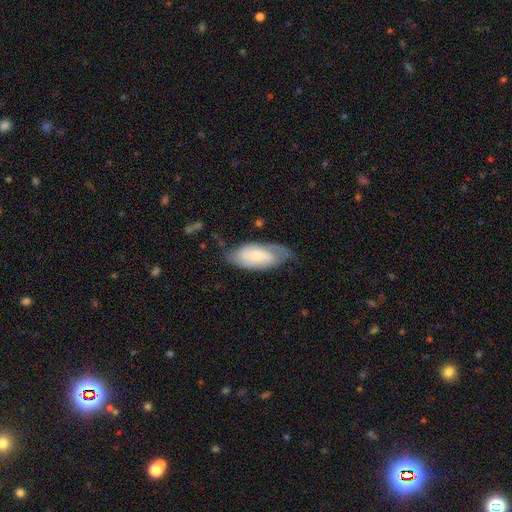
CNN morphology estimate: Q: Smooth or featured?
A: featured or disk (69%); runner-up: smooth (25%)
Q: Edge-on disk?
A: no (93%); runner-up: yes (7%)
Q: Bar?
A: no (46%); runner-up: weak (40%)
Q: Spiral arms?
A: yes (89%); runner-up: no (11%)
Q: Spiral winding?
A: tight (43%); runner-up: medium (41%)
Q: Spiral arm count?
A: 2 (72%); runner-up: can't tell (17%)
Q: Bulge size?
A: small (53%); runner-up: moderate (37%)
Q: Merging?
A: none (63%); runner-up: minor disturbance (25%)